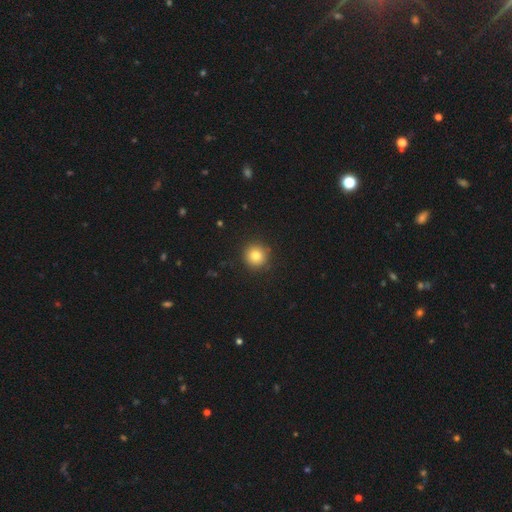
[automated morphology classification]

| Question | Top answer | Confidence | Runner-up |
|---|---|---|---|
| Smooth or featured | smooth | 82% | star or artifact (11%) |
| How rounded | round | 94% | in between (5%) |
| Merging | none | 90% | minor disturbance (7%) |